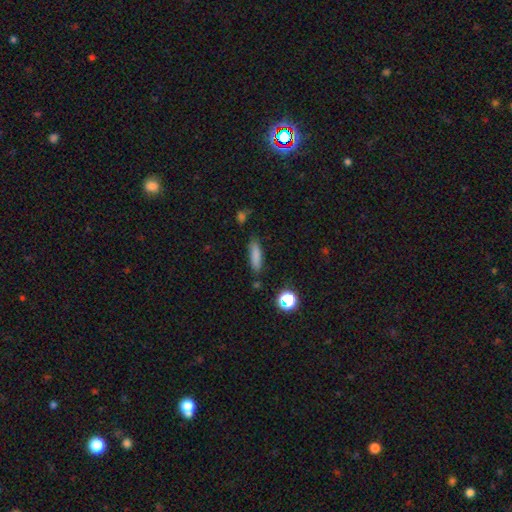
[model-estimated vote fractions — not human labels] The model was most divided on "how rounded": cigar-shaped: 65%, in between: 32%, round: 3%. More confident: smooth or featured — smooth (82%); merging — none (81%).